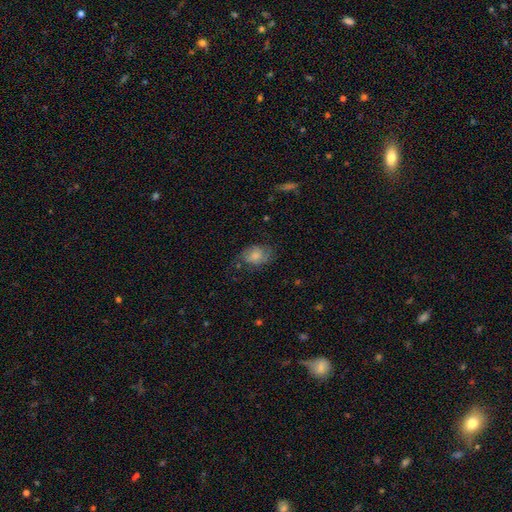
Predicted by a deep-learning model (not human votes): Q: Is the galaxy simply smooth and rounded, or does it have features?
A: smooth — 52%.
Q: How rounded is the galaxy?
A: in between — 73%.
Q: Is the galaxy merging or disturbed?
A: none — 56%.